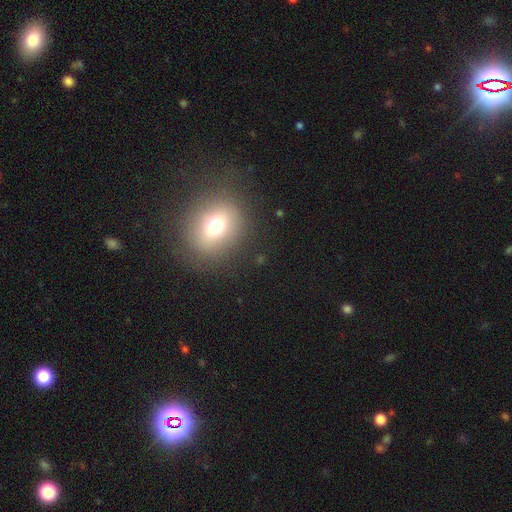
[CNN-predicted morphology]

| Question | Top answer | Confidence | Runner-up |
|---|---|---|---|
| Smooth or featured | smooth | 64% | star or artifact (19%) |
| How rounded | round | 57% | in between (41%) |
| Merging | none | 85% | minor disturbance (9%) |